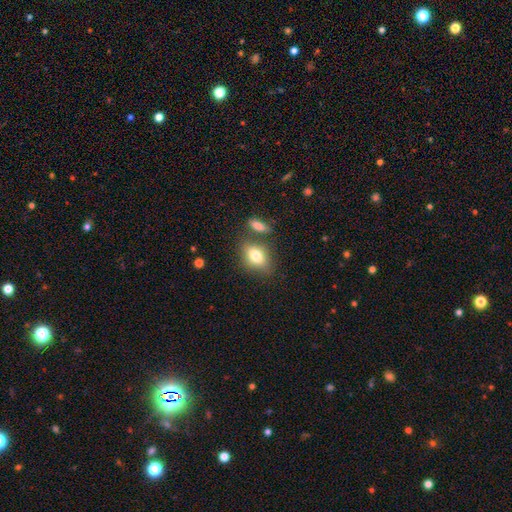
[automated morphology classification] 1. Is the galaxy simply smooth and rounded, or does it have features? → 78% smooth, 13% featured or disk, 9% star or artifact.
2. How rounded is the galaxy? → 75% in between, 22% round, 3% cigar-shaped.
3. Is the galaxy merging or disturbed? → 67% none, 15% merger, 14% minor disturbance, 4% major disturbance.